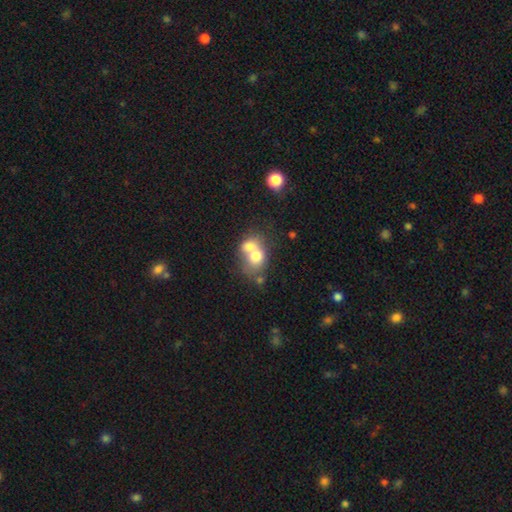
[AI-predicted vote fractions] Q: Smooth or featured?
A: smooth (67%); runner-up: featured or disk (23%)
Q: How rounded?
A: round (52%); runner-up: in between (47%)
Q: Merging?
A: merger (70%); runner-up: none (19%)